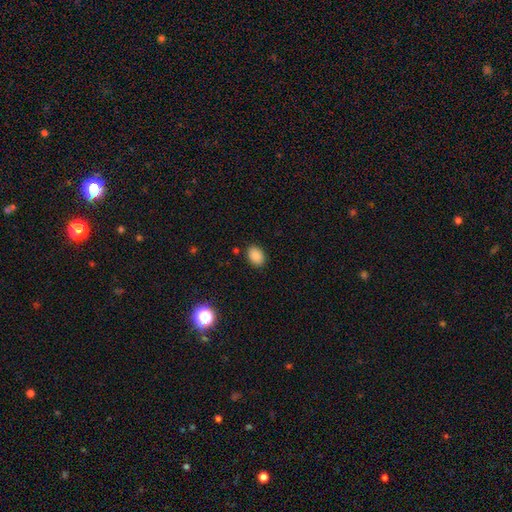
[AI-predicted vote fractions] smooth_or_featured: smooth (p=0.86) [alt: star or artifact p=0.09]
how_rounded: in between (p=0.79) [alt: round p=0.20]
merging: none (p=0.88) [alt: minor disturbance p=0.09]